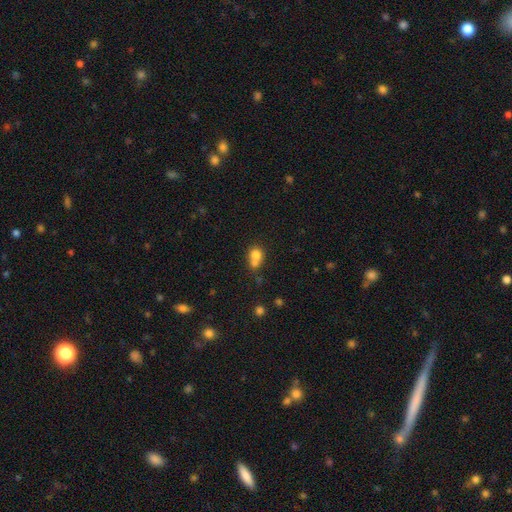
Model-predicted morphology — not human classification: A smooth galaxy with no disk features (75%) that is round (71%).

Vote fractions:
- Smooth or featured? smooth: 75% / featured or disk: 13% / star or artifact: 11%
- How rounded? round: 71% / in between: 28% / cigar-shaped: 1%
- Merging? merger: 54% / none: 32% / minor disturbance: 10% / major disturbance: 5%